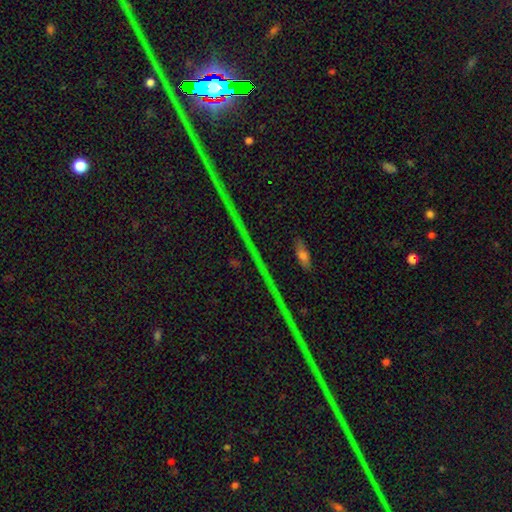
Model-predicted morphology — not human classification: smooth_or_featured: star or artifact (p=0.86) [alt: featured or disk p=0.08]